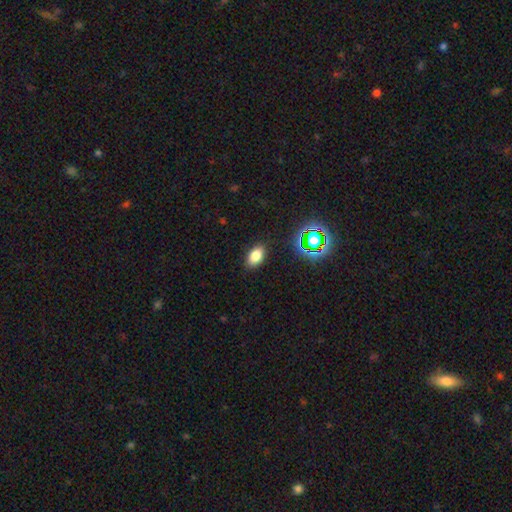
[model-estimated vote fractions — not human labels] A smooth galaxy with no disk features (79%) that is in between round and cigar-shaped (88%). Merging: none (87%).